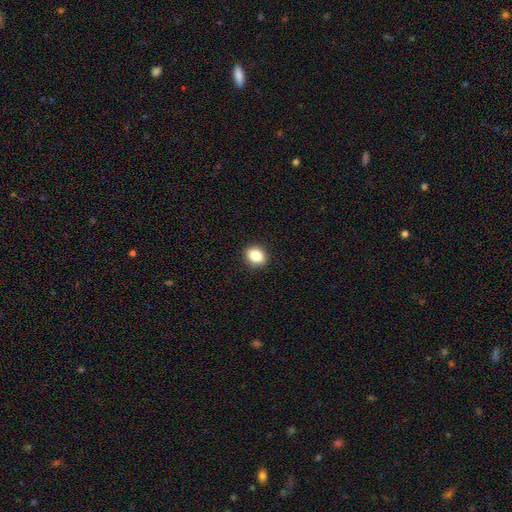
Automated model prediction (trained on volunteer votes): A smooth galaxy with no disk features (85%) that is round (53%).

Vote fractions:
- Smooth or featured? smooth: 85% / star or artifact: 10% / featured or disk: 5%
- How rounded? round: 53% / in between: 46% / cigar-shaped: 1%
- Merging? none: 91% / minor disturbance: 7% / major disturbance: 2% / merger: 1%